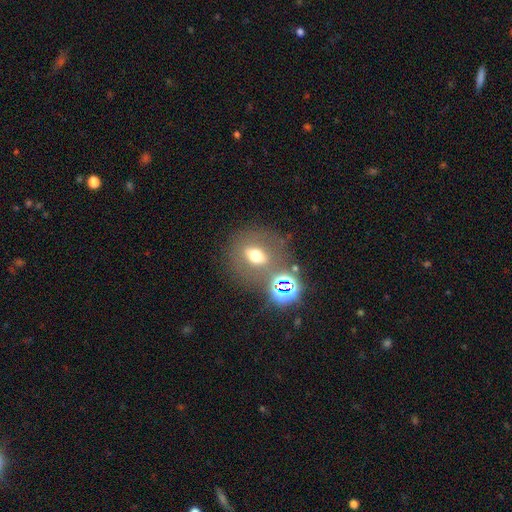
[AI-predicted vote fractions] smooth 47%, featured or disk 31%, star or artifact 23%. Down the decision tree: merging — none (69%).